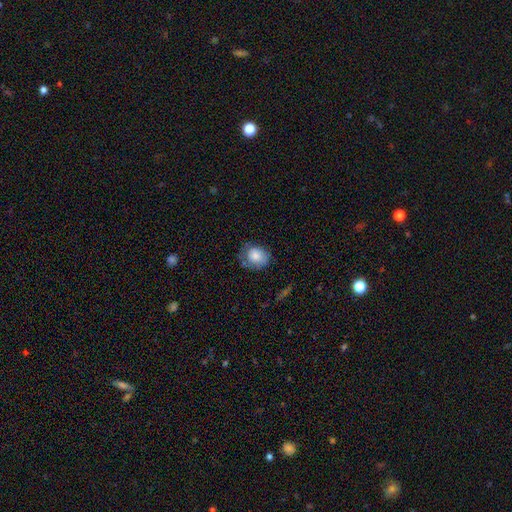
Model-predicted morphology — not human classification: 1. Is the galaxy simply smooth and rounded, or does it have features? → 76% smooth, 16% featured or disk, 8% star or artifact.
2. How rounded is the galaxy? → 61% round, 38% in between, 1% cigar-shaped.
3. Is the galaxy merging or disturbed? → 56% none, 29% minor disturbance, 12% major disturbance, 2% merger.